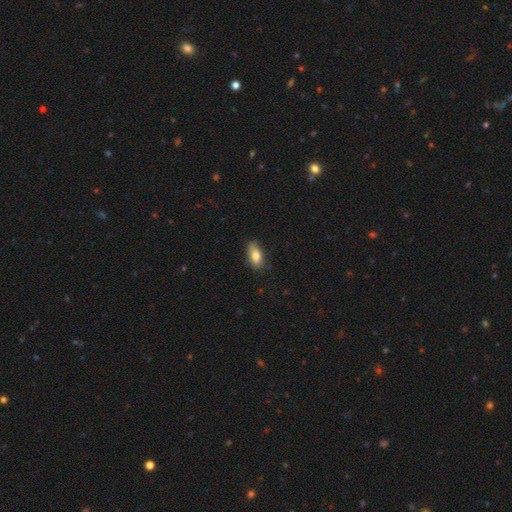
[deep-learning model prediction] Smooth or featured?
  - smooth: 78% *
  - featured or disk: 15%
  - star or artifact: 7%
How rounded?
  - in between: 89% *
  - cigar-shaped: 7%
  - round: 4%
Merging?
  - none: 72% *
  - minor disturbance: 22%
  - major disturbance: 4%
  - merger: 1%